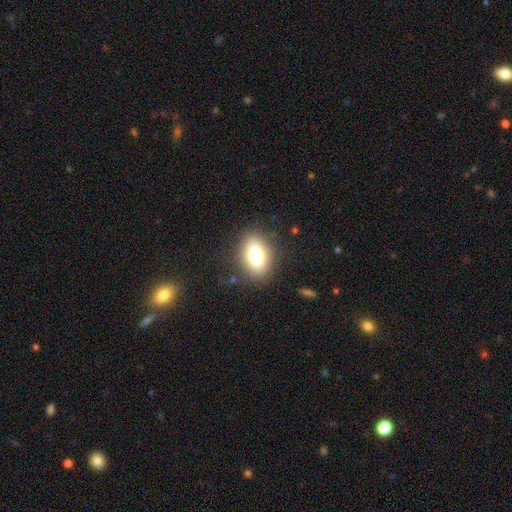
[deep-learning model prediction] smooth-or-featured: smooth: 74% | featured or disk: 16% | star or artifact: 10%
  how-rounded: in between: 76% | round: 21% | cigar-shaped: 3%
  merging: none: 85% | minor disturbance: 10% | major disturbance: 4% | merger: 1%